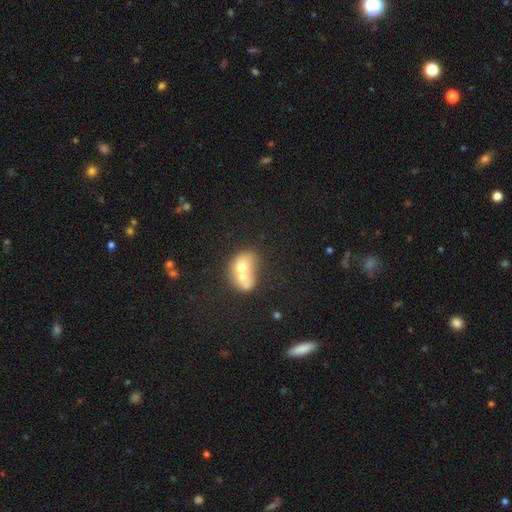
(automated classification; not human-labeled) Smooth or featured: smooth — 54% (featured or disk — 30%)
How rounded: in between — 56% (round — 40%)
Merging: merger — 62% (none — 23%)